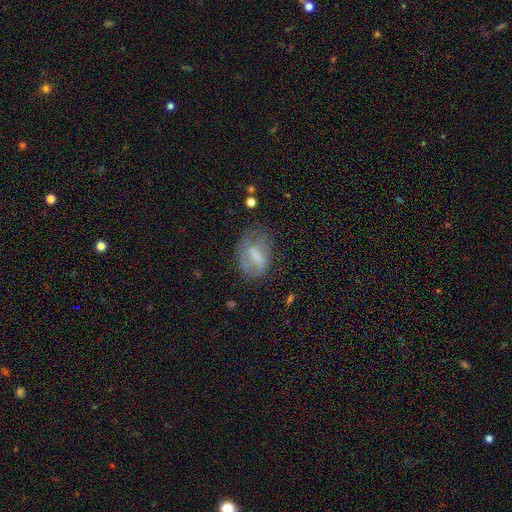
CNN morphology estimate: This appears to be a smooth galaxy with no disk features (49%). Merging: none (41%).